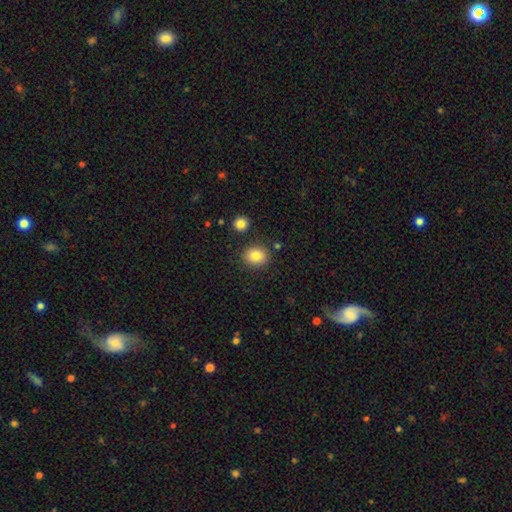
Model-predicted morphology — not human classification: This appears to be a smooth galaxy with no disk features (84%) that is round (66%). Merging: none (85%).